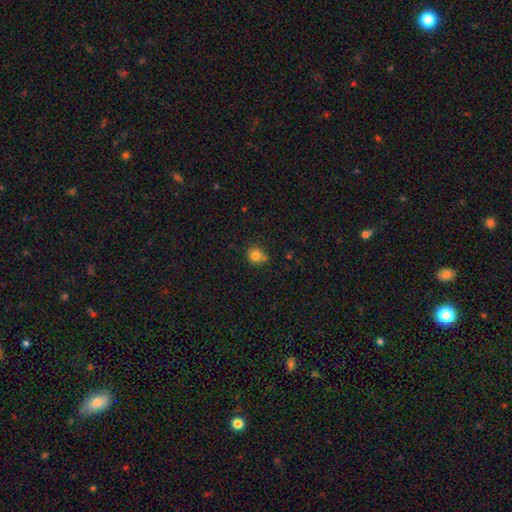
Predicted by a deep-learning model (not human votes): Smooth or featured? smooth (81%)
How rounded? round (85%)
Merging? none (70%)